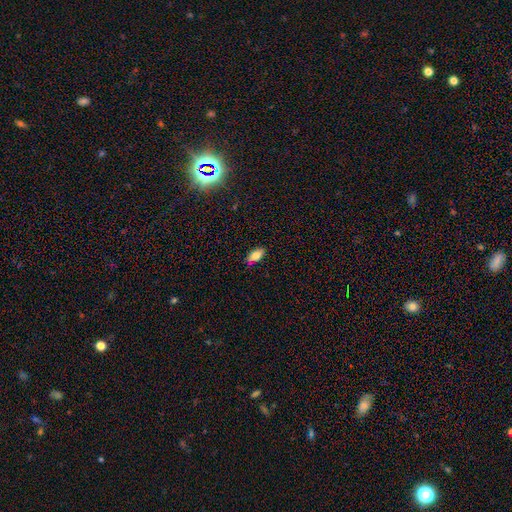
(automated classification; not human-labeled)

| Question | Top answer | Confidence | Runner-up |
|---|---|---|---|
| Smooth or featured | smooth | 80% | featured or disk (11%) |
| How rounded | in between | 90% | cigar-shaped (7%) |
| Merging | none | 78% | minor disturbance (18%) |